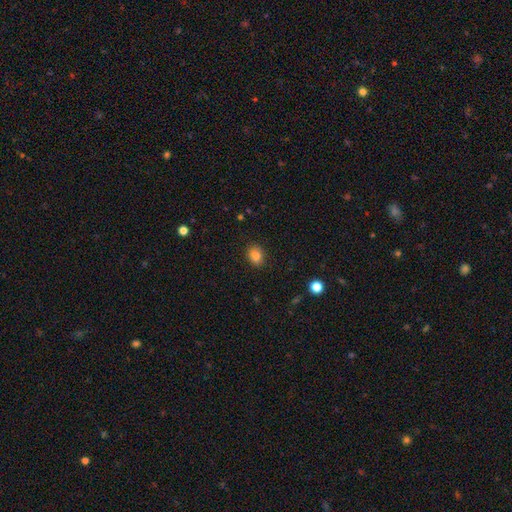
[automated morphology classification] Smooth or featured? Predicted: smooth (p=0.84). How rounded? Predicted: in between (p=0.60). Merging? Predicted: none (p=0.88).